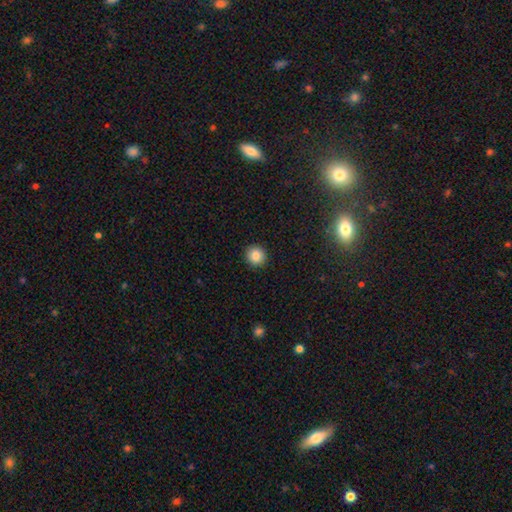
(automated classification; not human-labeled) Smooth or featured?
  - smooth: 85% *
  - star or artifact: 10%
  - featured or disk: 5%
How rounded?
  - round: 92% *
  - in between: 7%
  - cigar-shaped: 1%
Merging?
  - none: 92% *
  - minor disturbance: 5%
  - major disturbance: 2%
  - merger: 1%